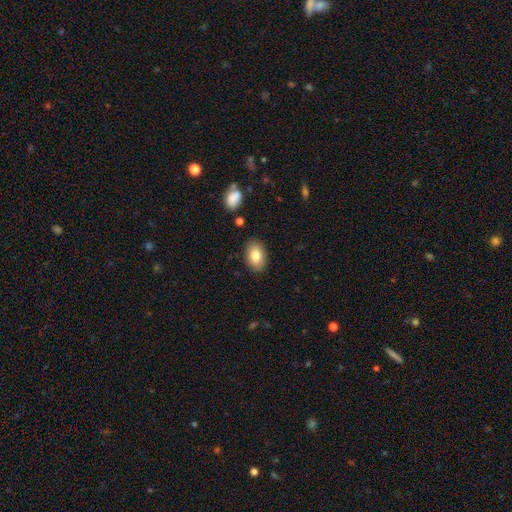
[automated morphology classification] Q: Smooth or featured?
A: smooth (82%); runner-up: featured or disk (11%)
Q: How rounded?
A: in between (89%); runner-up: round (10%)
Q: Merging?
A: none (86%); runner-up: minor disturbance (10%)